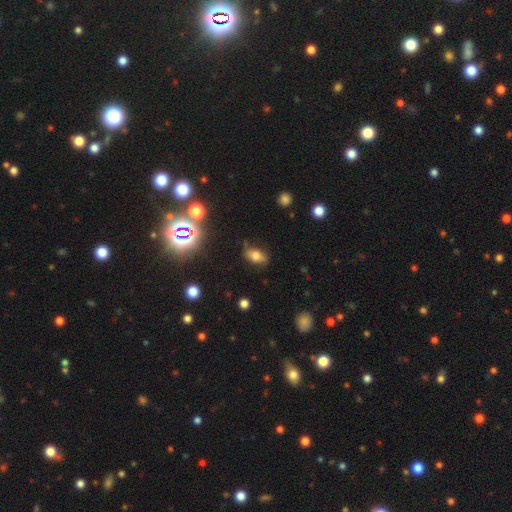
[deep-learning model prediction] This is likely a smooth galaxy (67%). How rounded: clearly in between (85%). Merging: likely none (71%).